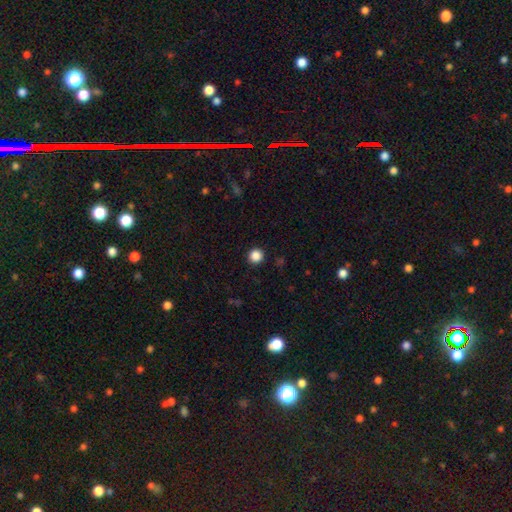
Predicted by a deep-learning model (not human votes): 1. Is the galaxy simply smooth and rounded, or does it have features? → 87% smooth, 11% star or artifact, 3% featured or disk.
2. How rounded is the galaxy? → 96% round, 3% in between, 1% cigar-shaped.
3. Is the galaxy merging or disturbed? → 93% none, 4% minor disturbance, 2% major disturbance, 1% merger.